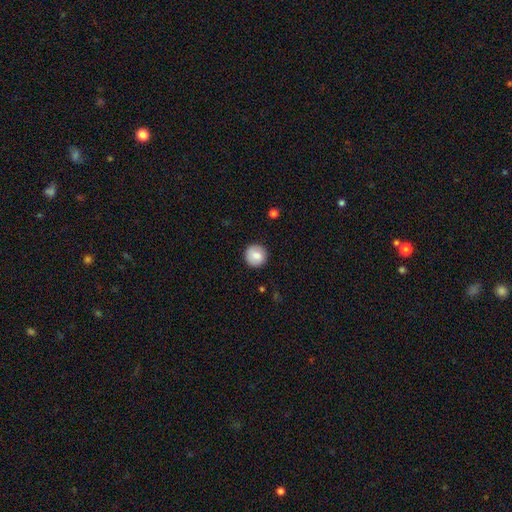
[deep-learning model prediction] smooth_or_featured: smooth (p=0.84) [alt: featured or disk p=0.08]
how_rounded: round (p=0.95) [alt: in between p=0.04]
merging: none (p=0.91) [alt: minor disturbance p=0.06]